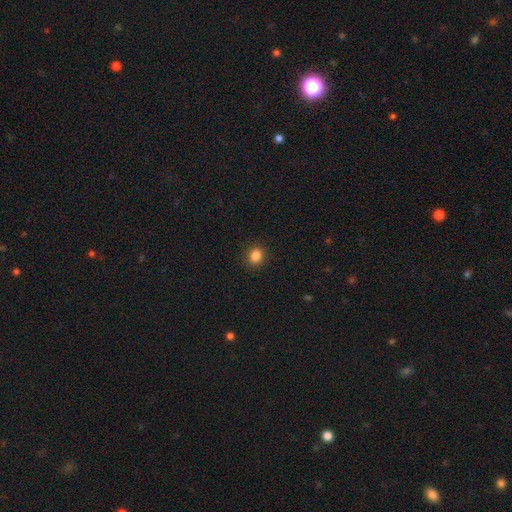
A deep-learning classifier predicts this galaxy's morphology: Smooth or featured?
  - smooth: 85% *
  - star or artifact: 11%
  - featured or disk: 4%
How rounded?
  - round: 64% *
  - in between: 35%
  - cigar-shaped: 1%
Merging?
  - none: 90% *
  - minor disturbance: 6%
  - major disturbance: 2%
  - merger: 1%